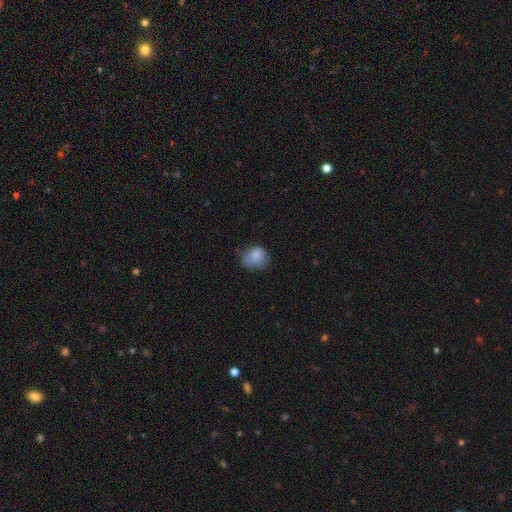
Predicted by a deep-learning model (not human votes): This appears to be a smooth galaxy with no disk features (80%) that is round (60%). Merging: none (47%).